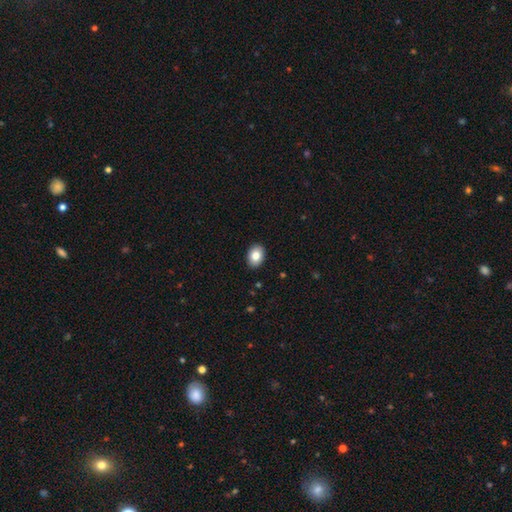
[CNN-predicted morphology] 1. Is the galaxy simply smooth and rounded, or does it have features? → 84% smooth, 9% featured or disk, 8% star or artifact.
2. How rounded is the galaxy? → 75% in between, 24% round, 1% cigar-shaped.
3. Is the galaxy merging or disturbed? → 91% none, 7% minor disturbance, 2% major disturbance, 1% merger.